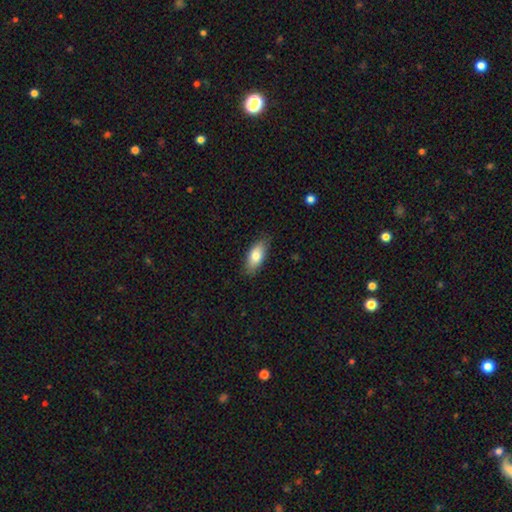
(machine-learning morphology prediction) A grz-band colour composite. It shows a smooth galaxy with no disk features (79%) that is in between round and cigar-shaped (85%). Merging: none (82%).